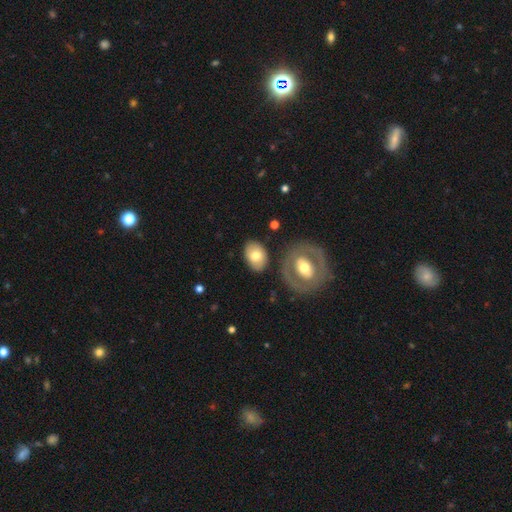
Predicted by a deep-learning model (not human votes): Smooth or featured? smooth (68%)
How rounded? in between (78%)
Merging? none (79%)